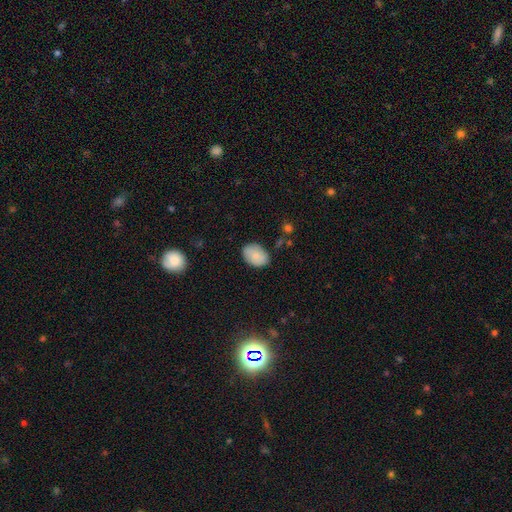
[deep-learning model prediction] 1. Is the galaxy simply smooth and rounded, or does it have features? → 82% smooth, 10% featured or disk, 7% star or artifact.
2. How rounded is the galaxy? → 80% in between, 19% round, 1% cigar-shaped.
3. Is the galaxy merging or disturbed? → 80% none, 15% minor disturbance, 3% major disturbance, 2% merger.